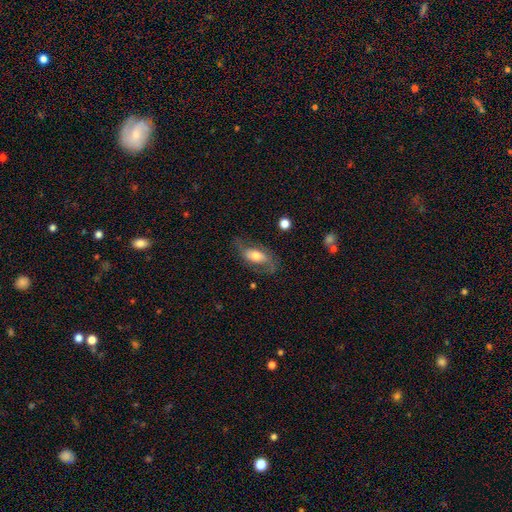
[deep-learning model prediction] Q: Smooth or featured?
A: featured or disk (56%); runner-up: smooth (36%)
Q: Edge-on disk?
A: no (88%); runner-up: yes (12%)
Q: Merging?
A: none (61%); runner-up: minor disturbance (21%)